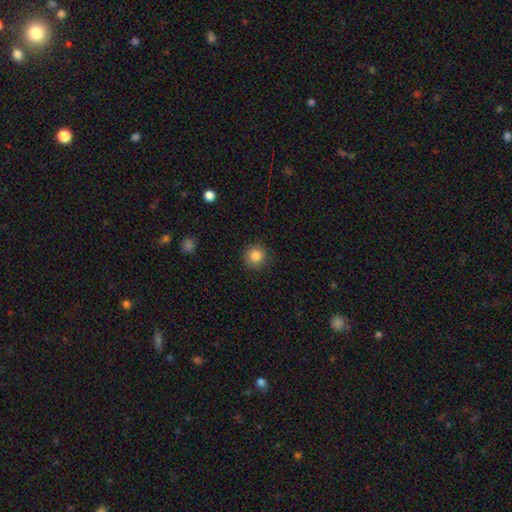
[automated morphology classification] A smooth galaxy with no disk features (84%) that is round (94%).

Vote fractions:
- Smooth or featured? smooth: 84% / star or artifact: 10% / featured or disk: 5%
- How rounded? round: 94% / in between: 5% / cigar-shaped: 1%
- Merging? none: 89% / minor disturbance: 8% / major disturbance: 2% / merger: 1%